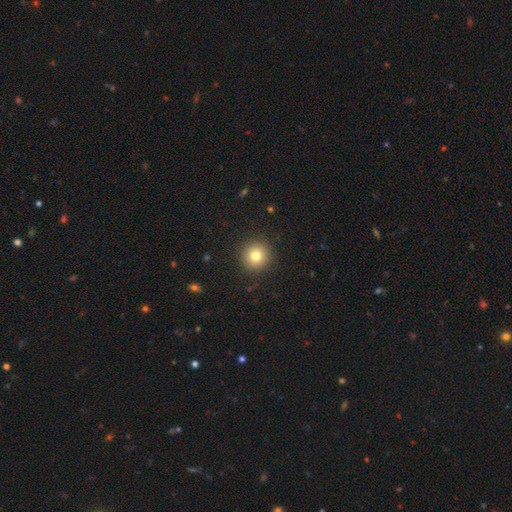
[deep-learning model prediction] This is likely a smooth galaxy (79%). How rounded: clearly round (95%). Merging: clearly none (91%).